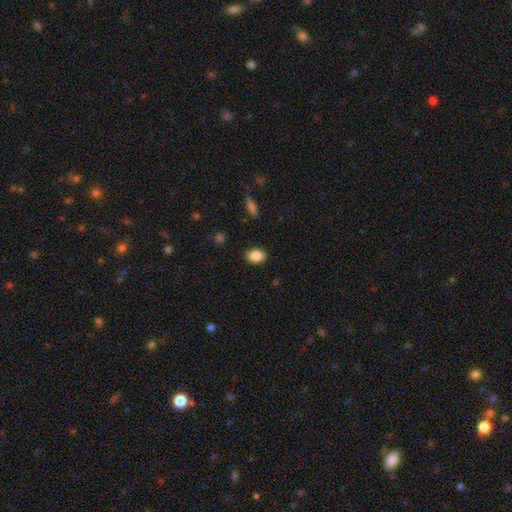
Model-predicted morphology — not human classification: smooth_or_featured: smooth (p=0.87) [alt: star or artifact p=0.08]
how_rounded: in between (p=0.73) [alt: round p=0.25]
merging: none (p=0.89) [alt: minor disturbance p=0.08]